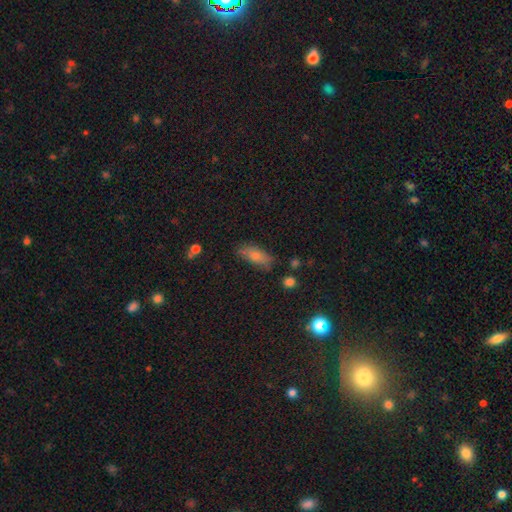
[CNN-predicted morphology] This appears to be a smooth galaxy with no disk features (79%) that is in between round and cigar-shaped (79%). Merging: none (70%).